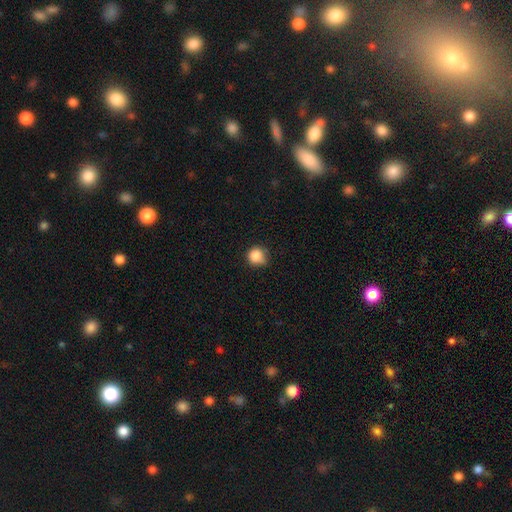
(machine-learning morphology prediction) Smooth or featured? Predicted: smooth (p=0.85). How rounded? Predicted: round (p=0.88). Merging? Predicted: none (p=0.65).